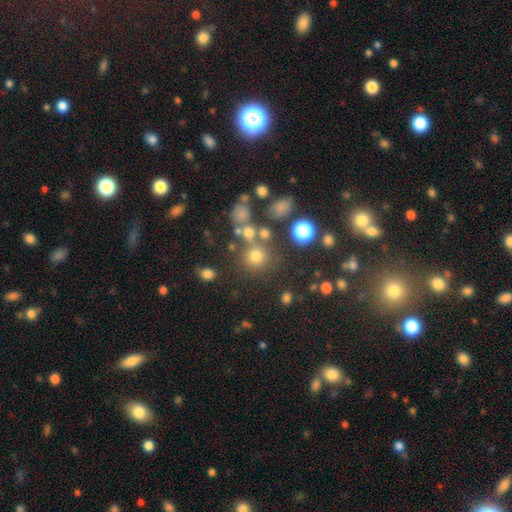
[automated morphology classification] Smooth or featured: smooth — 67% (star or artifact — 22%)
How rounded: round — 88% (in between — 10%)
Merging: none — 67% (merger — 16%)